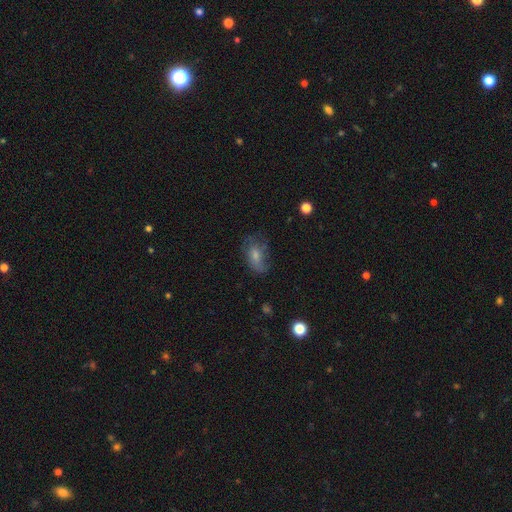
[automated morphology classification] A smooth galaxy with no disk features (59%) that is in between round and cigar-shaped (86%). Merging: none (48%).